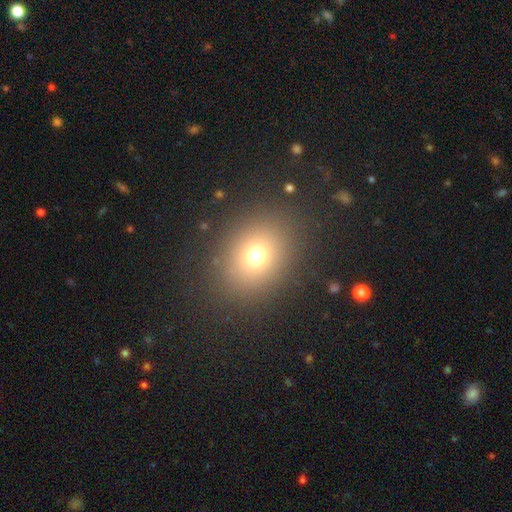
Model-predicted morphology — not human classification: smooth-or-featured: smooth: 71% | star or artifact: 19% | featured or disk: 11%
  how-rounded: round: 56% | in between: 43% | cigar-shaped: 1%
  merging: none: 86% | minor disturbance: 7% | major disturbance: 5% | merger: 1%